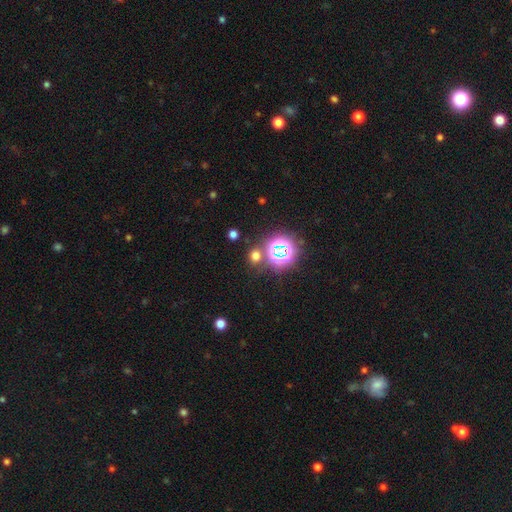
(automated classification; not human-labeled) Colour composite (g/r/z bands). It shows a smooth galaxy with no disk features (56%) that is round (70%). Merging: none (77%).